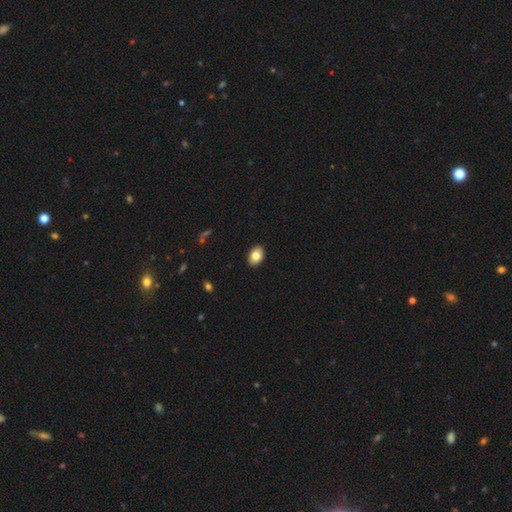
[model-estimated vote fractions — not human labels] This appears to be a smooth galaxy with no disk features (82%) that is in between round and cigar-shaped (82%). Merging: none (90%).